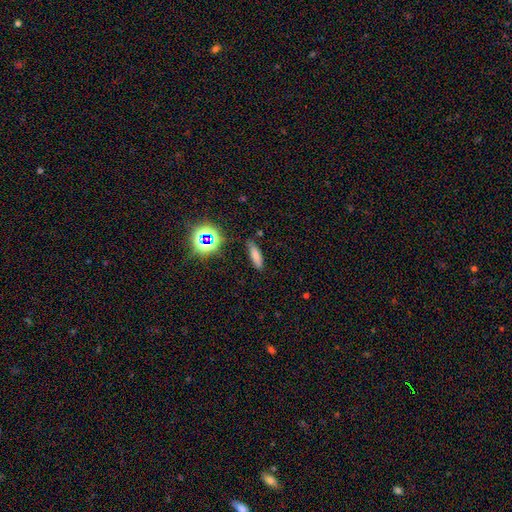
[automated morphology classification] The model was most divided on "how rounded": cigar-shaped: 55%, in between: 41%, round: 5%. More confident: merging — none (79%); smooth or featured — smooth (71%).